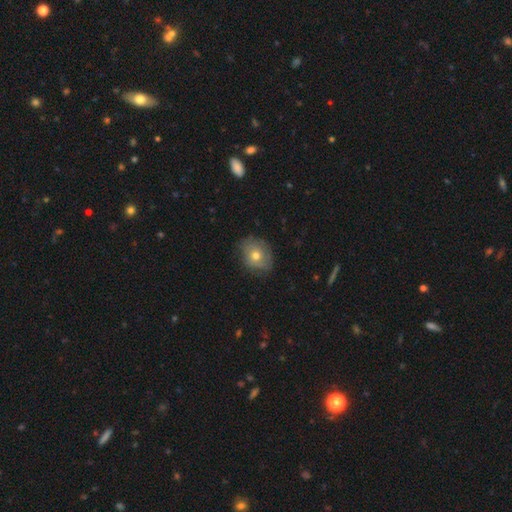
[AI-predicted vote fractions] This is likely a smooth galaxy (63%). How rounded: possibly round (58%). Merging: likely none (70%).